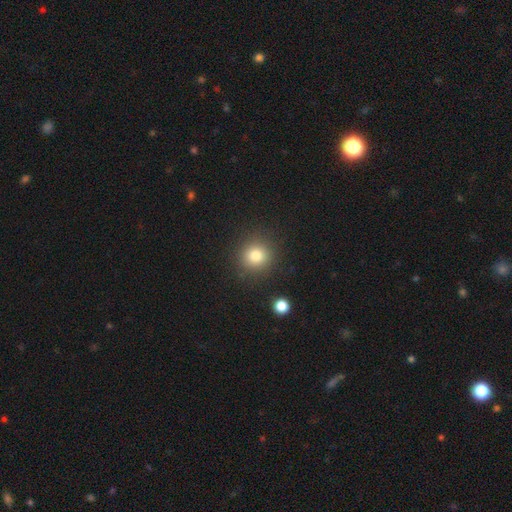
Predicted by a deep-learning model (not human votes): smooth_or_featured: smooth (p=0.79) [alt: star or artifact p=0.13]
how_rounded: round (p=0.92) [alt: in between p=0.07]
merging: none (p=0.89) [alt: minor disturbance p=0.06]